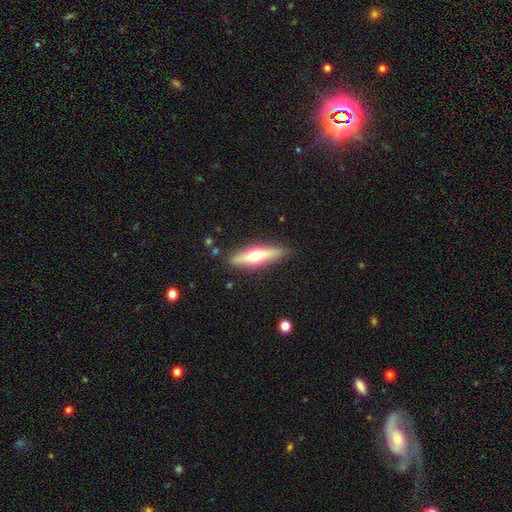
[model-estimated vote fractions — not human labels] Smooth or featured: featured or disk — 54% (smooth — 41%)
Edge-on disk: yes — 91% (no — 9%)
Merging: none — 88% (minor disturbance — 9%)